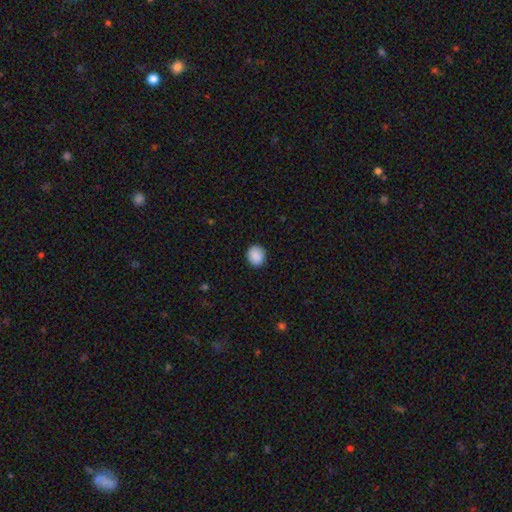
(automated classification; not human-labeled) Smooth or featured? smooth (89%)
How rounded? round (81%)
Merging? none (90%)